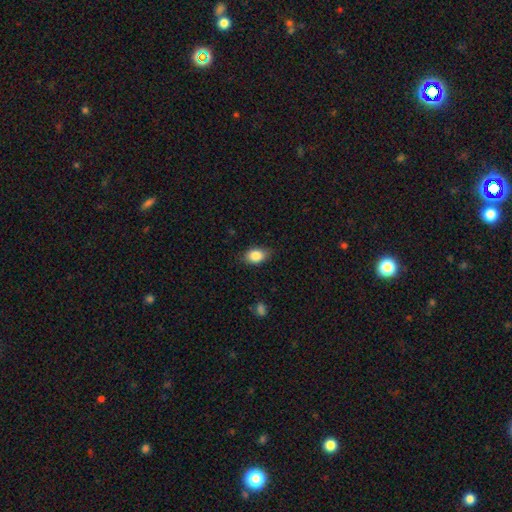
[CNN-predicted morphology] Smooth or featured?
  - smooth: 85% *
  - star or artifact: 8%
  - featured or disk: 6%
How rounded?
  - in between: 77% *
  - round: 22%
  - cigar-shaped: 2%
Merging?
  - none: 79% *
  - minor disturbance: 17%
  - major disturbance: 3%
  - merger: 1%